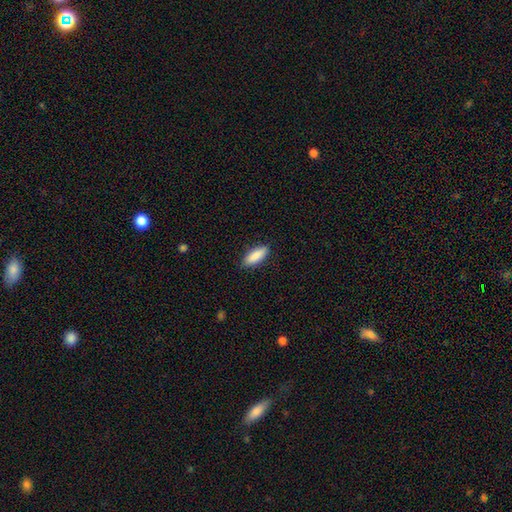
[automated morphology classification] smooth 88%, featured or disk 6%, star or artifact 6%. Down the decision tree: how rounded — in between (69%); merging — none (87%).